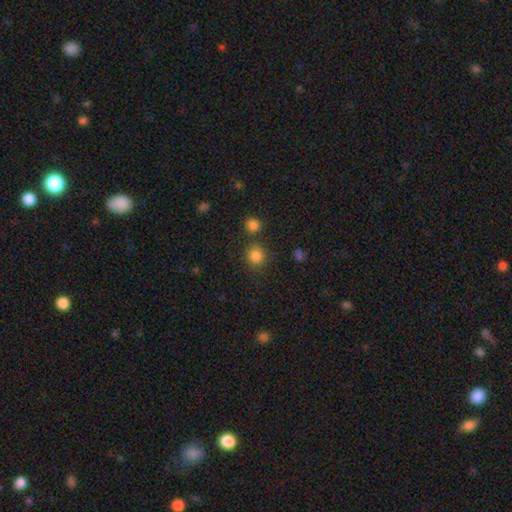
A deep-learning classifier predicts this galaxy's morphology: smooth-or-featured: smooth: 82% | star or artifact: 13% | featured or disk: 4%
  how-rounded: round: 90% | in between: 9% | cigar-shaped: 1%
  merging: none: 75% | merger: 11% | minor disturbance: 10% | major disturbance: 4%